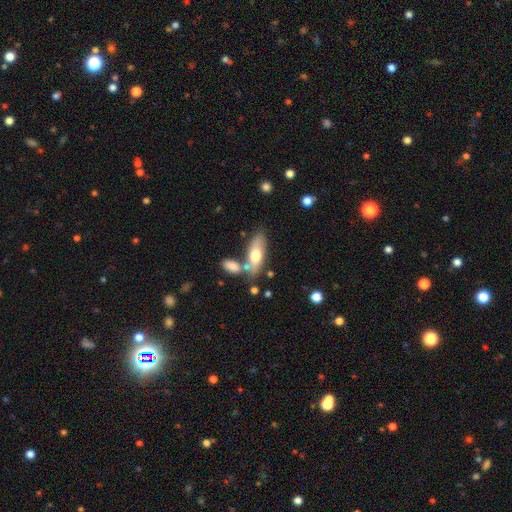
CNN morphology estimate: Smooth or featured? smooth (65%)
How rounded? in between (72%)
Merging? none (57%)